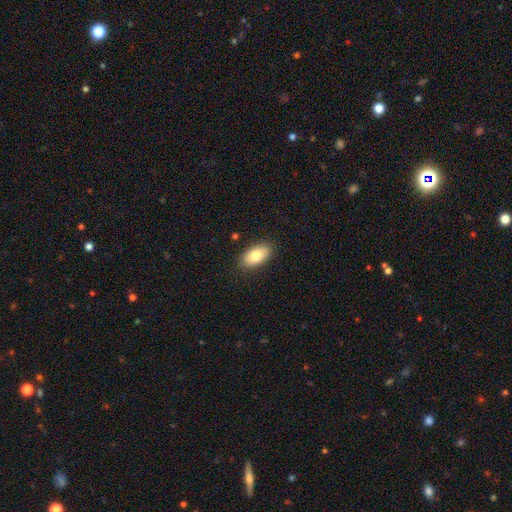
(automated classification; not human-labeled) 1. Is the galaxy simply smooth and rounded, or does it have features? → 80% smooth, 13% featured or disk, 7% star or artifact.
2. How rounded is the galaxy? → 92% in between, 4% round, 4% cigar-shaped.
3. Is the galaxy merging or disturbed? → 87% none, 9% minor disturbance, 2% major disturbance, 1% merger.